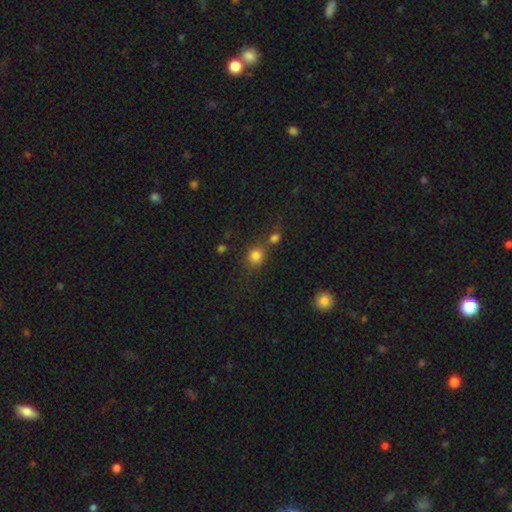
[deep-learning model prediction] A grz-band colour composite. It shows a smooth galaxy with no disk features (80%) that is round (78%). Merging: none (53%).